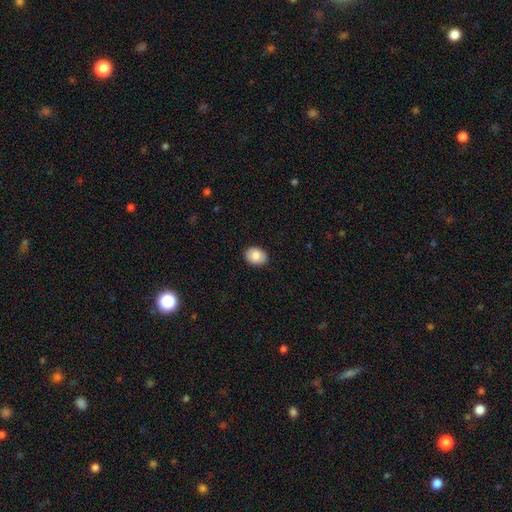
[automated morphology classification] The model was most divided on "how rounded": in between: 64%, round: 36%, cigar-shaped: 1%. More confident: merging — none (90%); smooth or featured — smooth (85%).